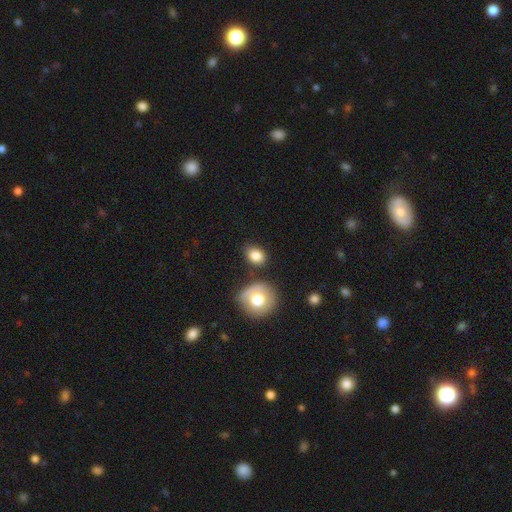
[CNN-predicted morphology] smooth-or-featured: smooth: 83% | star or artifact: 9% | featured or disk: 8%
  how-rounded: in between: 64% | round: 35% | cigar-shaped: 1%
  merging: none: 73% | minor disturbance: 15% | merger: 8% | major disturbance: 4%